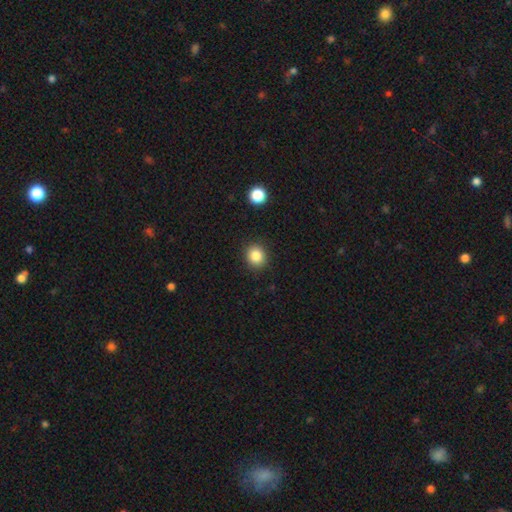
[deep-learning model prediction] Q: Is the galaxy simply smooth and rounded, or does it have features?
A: smooth — 85%.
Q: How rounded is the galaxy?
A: round — 81%.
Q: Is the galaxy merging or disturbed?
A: none — 89%.